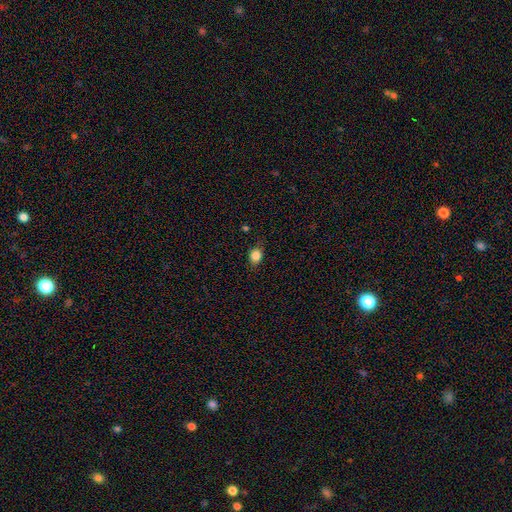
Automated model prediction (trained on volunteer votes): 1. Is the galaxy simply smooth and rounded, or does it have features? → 84% smooth, 11% star or artifact, 5% featured or disk.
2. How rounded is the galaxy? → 57% round, 42% in between, 1% cigar-shaped.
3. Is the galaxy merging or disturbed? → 79% none, 16% minor disturbance, 4% major disturbance, 1% merger.